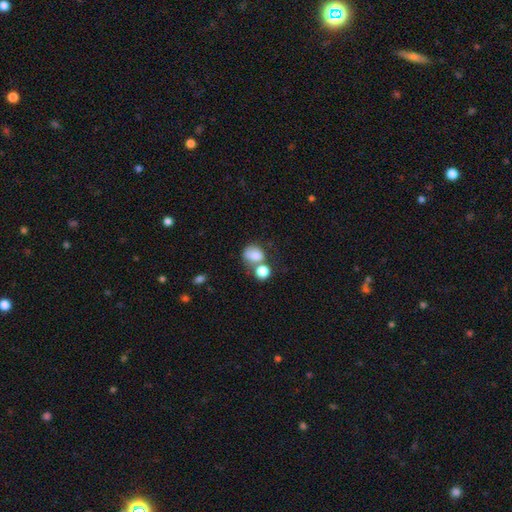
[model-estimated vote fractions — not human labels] Morphology: type=smooth (76%); roundness=round (61%); merging=merger (44%).